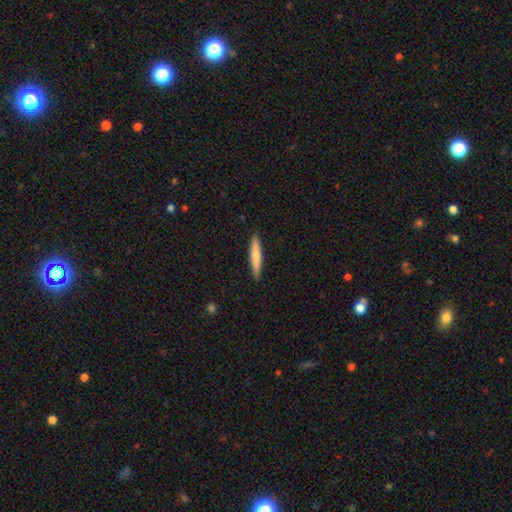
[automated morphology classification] smooth_or_featured: smooth (p=0.74) [alt: featured or disk p=0.20]
how_rounded: cigar-shaped (p=0.92) [alt: in between p=0.07]
merging: none (p=0.91) [alt: minor disturbance p=0.07]